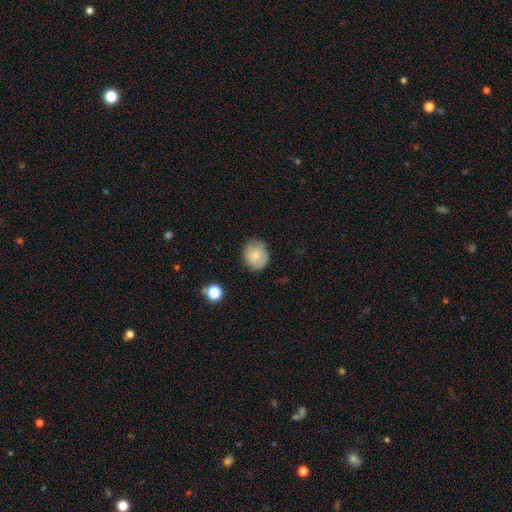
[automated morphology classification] type=smooth (77%); roundness=round (67%); merging=none (78%).